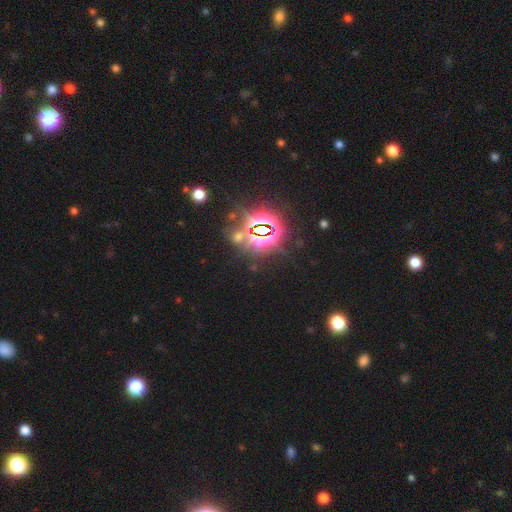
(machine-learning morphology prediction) star or artifact 81%, smooth 12%, featured or disk 7%.